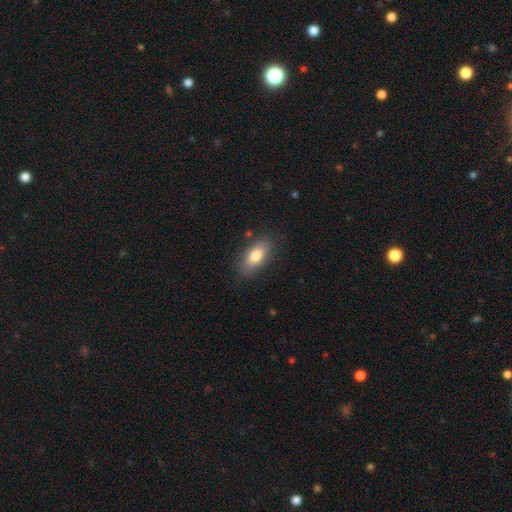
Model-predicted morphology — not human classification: Smooth or featured? smooth (80%)
How rounded? in between (87%)
Merging? none (81%)